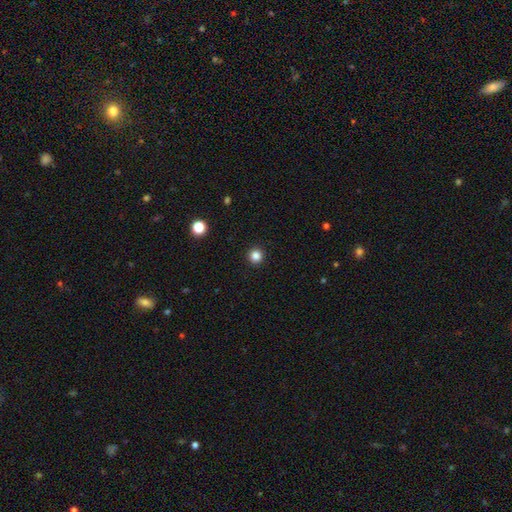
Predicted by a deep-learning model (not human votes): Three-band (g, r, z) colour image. It shows a smooth galaxy with no disk features (84%) that is round (95%). Merging: none (93%).